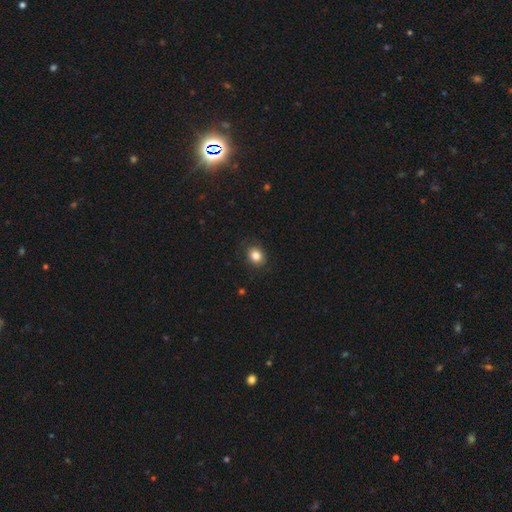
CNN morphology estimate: smooth_or_featured: smooth (p=0.83) [alt: star or artifact p=0.10]
how_rounded: round (p=0.62) [alt: in between p=0.37]
merging: none (p=0.84) [alt: minor disturbance p=0.12]